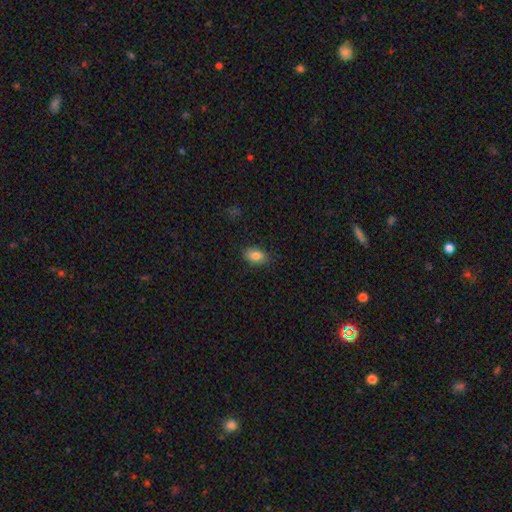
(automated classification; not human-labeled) smooth_or_featured: smooth (p=0.84) [alt: star or artifact p=0.09]
how_rounded: in between (p=0.88) [alt: round p=0.09]
merging: none (p=0.85) [alt: minor disturbance p=0.11]